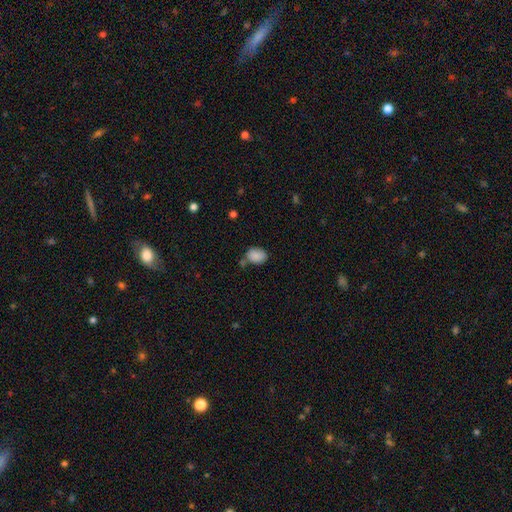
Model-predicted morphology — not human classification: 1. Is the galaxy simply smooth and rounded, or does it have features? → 88% smooth, 8% star or artifact, 5% featured or disk.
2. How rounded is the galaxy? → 70% in between, 29% round, 1% cigar-shaped.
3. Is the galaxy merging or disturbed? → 63% none, 19% minor disturbance, 13% merger, 5% major disturbance.